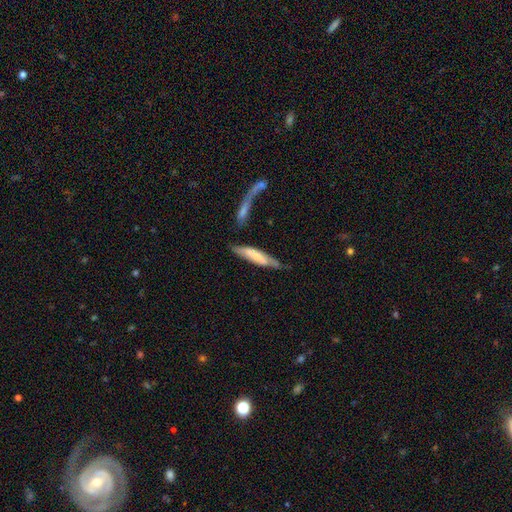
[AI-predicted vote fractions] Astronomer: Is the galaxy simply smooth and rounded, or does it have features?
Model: smooth — 53% (runner-up: featured or disk, 41%).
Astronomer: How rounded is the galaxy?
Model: cigar-shaped — 78%.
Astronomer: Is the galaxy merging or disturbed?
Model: none — 43% (runner-up: minor disturbance, 25%).